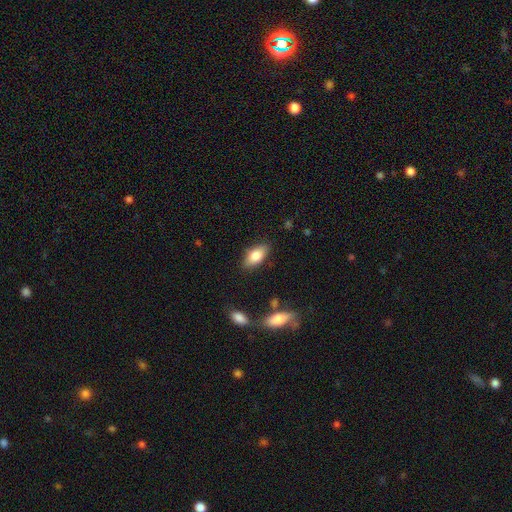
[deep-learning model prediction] smooth 80%, featured or disk 13%, star or artifact 7%. Down the decision tree: how rounded — in between (87%); merging — none (84%).